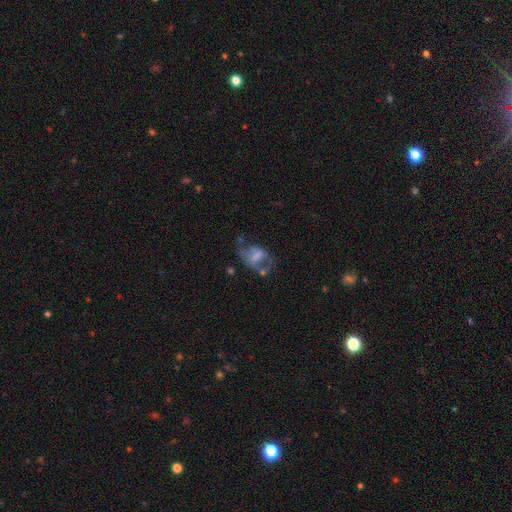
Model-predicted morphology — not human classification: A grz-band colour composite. It shows a featured or disk galaxy (49%). Merging: major disturbance (36%).